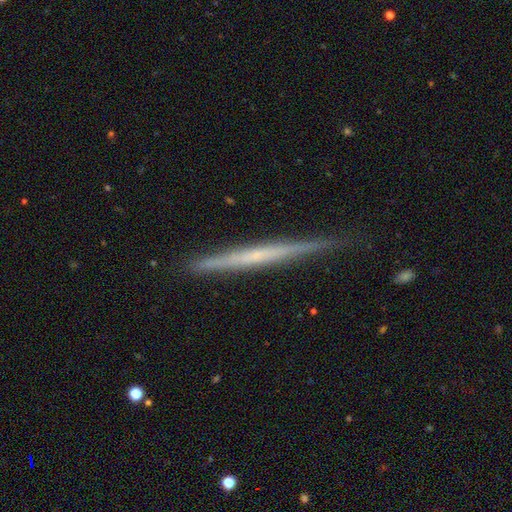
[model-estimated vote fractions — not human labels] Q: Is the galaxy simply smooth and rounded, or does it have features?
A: featured or disk — 65%.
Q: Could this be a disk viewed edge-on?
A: yes — 97%.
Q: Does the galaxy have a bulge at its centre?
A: none — 79%.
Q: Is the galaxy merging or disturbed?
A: none — 85%.